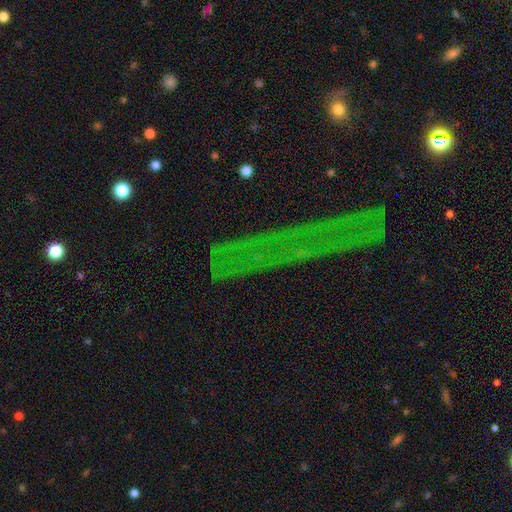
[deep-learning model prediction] smooth-or-featured: star or artifact: 64% | featured or disk: 19% | smooth: 17%